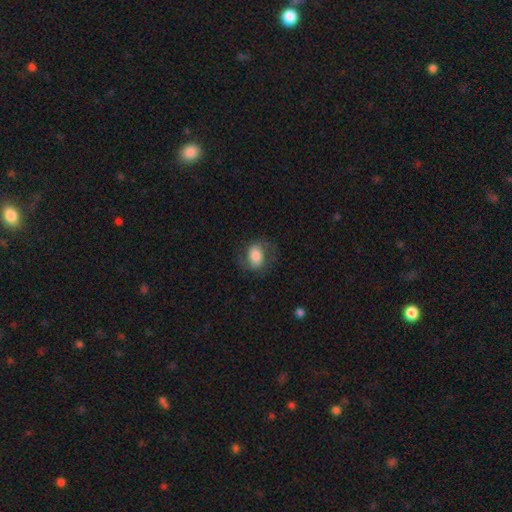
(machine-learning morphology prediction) This is likely a smooth galaxy (65%). How rounded: likely in between (71%). Merging: likely none (68%).